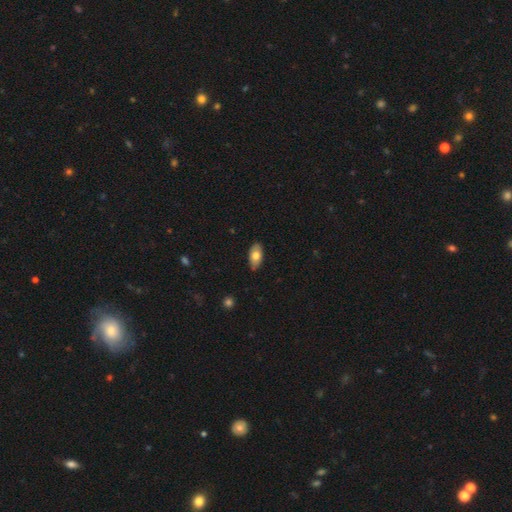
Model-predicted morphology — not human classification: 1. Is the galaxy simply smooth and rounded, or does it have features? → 73% smooth, 20% featured or disk, 6% star or artifact.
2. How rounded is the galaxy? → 92% in between, 4% cigar-shaped, 3% round.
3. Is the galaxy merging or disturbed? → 85% none, 12% minor disturbance, 2% major disturbance, 1% merger.